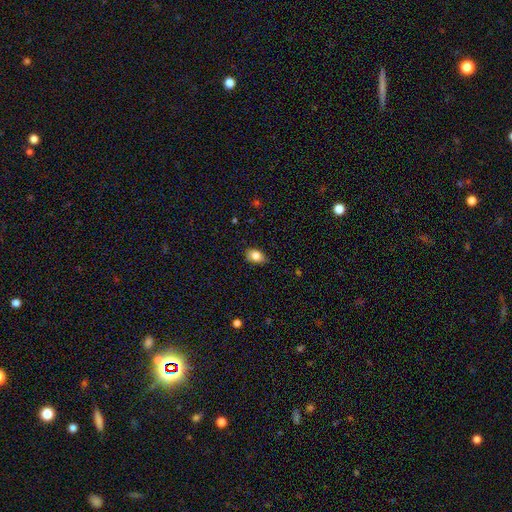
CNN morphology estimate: Smooth or featured? smooth (82%)
How rounded? in between (80%)
Merging? none (78%)